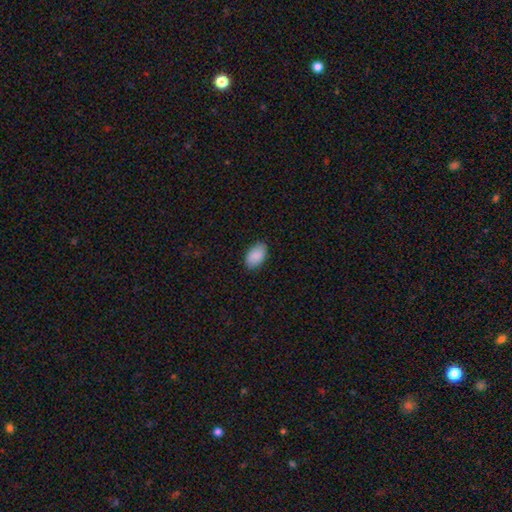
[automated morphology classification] This is clearly a smooth galaxy (90%). How rounded: clearly in between (93%). Merging: clearly none (86%).